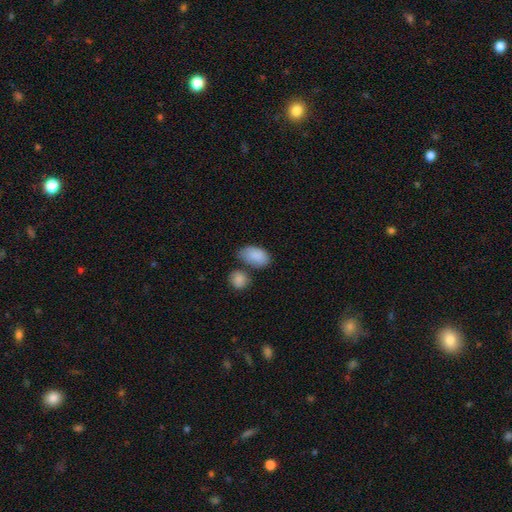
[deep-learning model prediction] smooth-or-featured: smooth: 87% | star or artifact: 7% | featured or disk: 6%
  how-rounded: in between: 91% | round: 7% | cigar-shaped: 1%
  merging: none: 50% | minor disturbance: 22% | merger: 21% | major disturbance: 7%